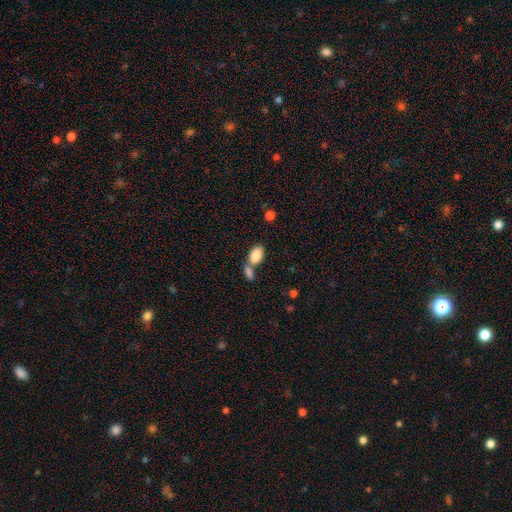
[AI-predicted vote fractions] A smooth galaxy with no disk features (86%) that is in between round and cigar-shaped (93%). Merging: merger (44%).